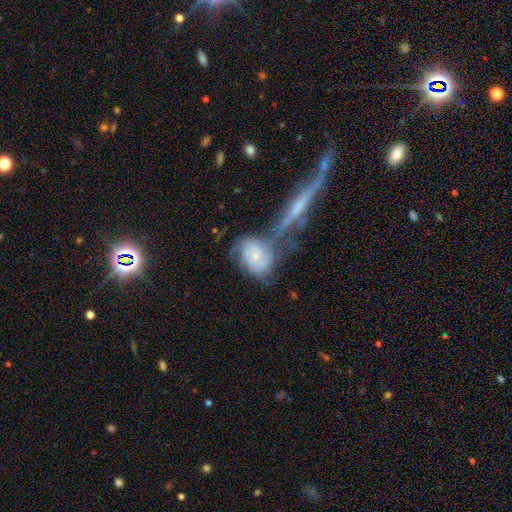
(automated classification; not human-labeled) smooth_or_featured: featured or disk (p=0.66) [alt: smooth p=0.26]
disk_edge_on: no (p=0.92) [alt: yes p=0.08]
bar: no (p=0.69) [alt: weak p=0.25]
has_spiral_arms: yes (p=0.86) [alt: no p=0.14]
spiral_winding: tight (p=0.50) [alt: medium p=0.35]
spiral_arm_count: can't tell (p=0.40) [alt: 2 p=0.33]
bulge_size: small (p=0.65) [alt: moderate p=0.23]
merging: merger (p=0.42) [alt: none p=0.30]